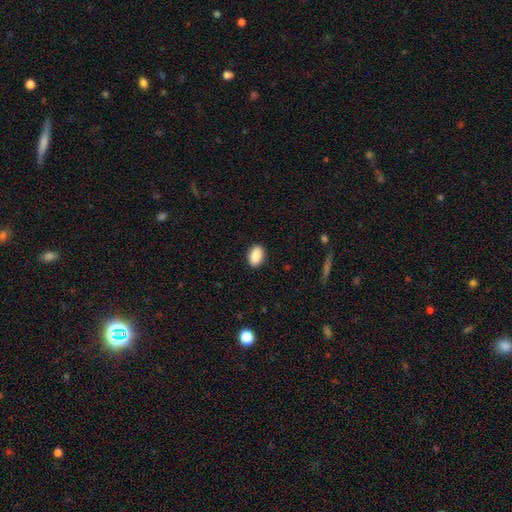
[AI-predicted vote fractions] Smooth or featured? Predicted: smooth (p=0.90). How rounded? Predicted: in between (p=0.90). Merging? Predicted: none (p=0.89).